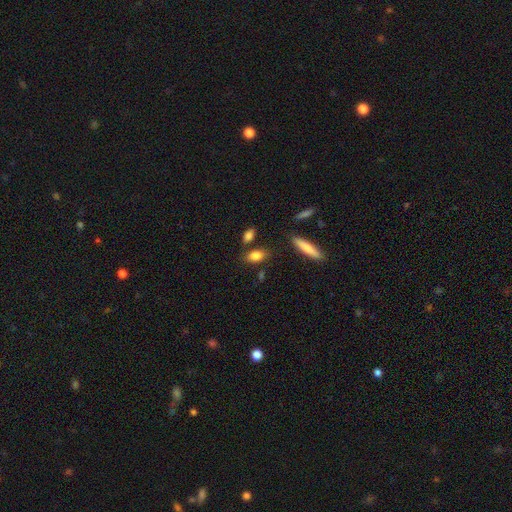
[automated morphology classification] Q: Smooth or featured?
A: smooth (83%); runner-up: featured or disk (9%)
Q: How rounded?
A: in between (81%); runner-up: cigar-shaped (10%)
Q: Merging?
A: none (76%); runner-up: minor disturbance (12%)